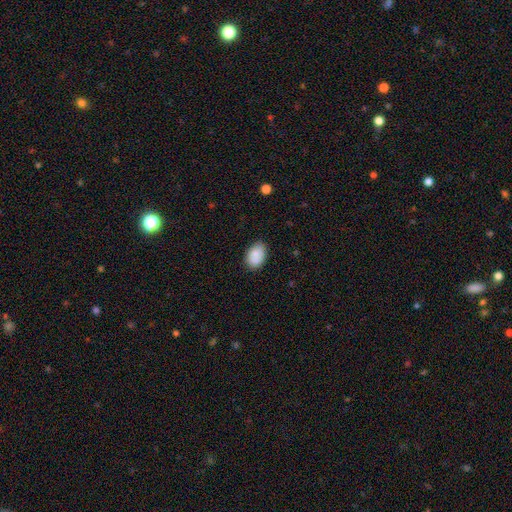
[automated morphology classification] Smooth or featured: smooth — 86% (featured or disk — 7%)
How rounded: in between — 87% (round — 12%)
Merging: none — 79% (minor disturbance — 16%)